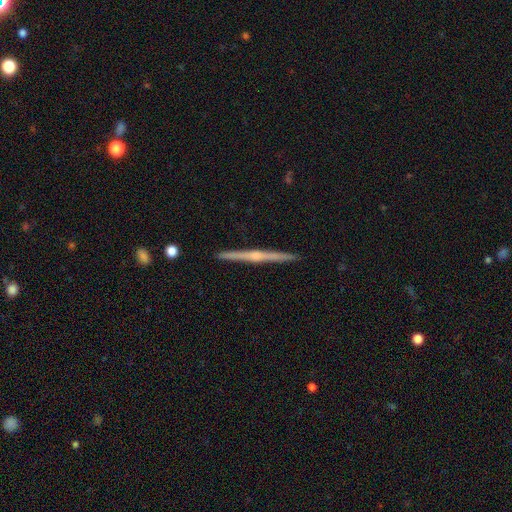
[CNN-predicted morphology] Overall: featured or disk (79%). Edge-on disk: yes (99%). Edge-on bulge: rounded (70%). Merging: none (93%).